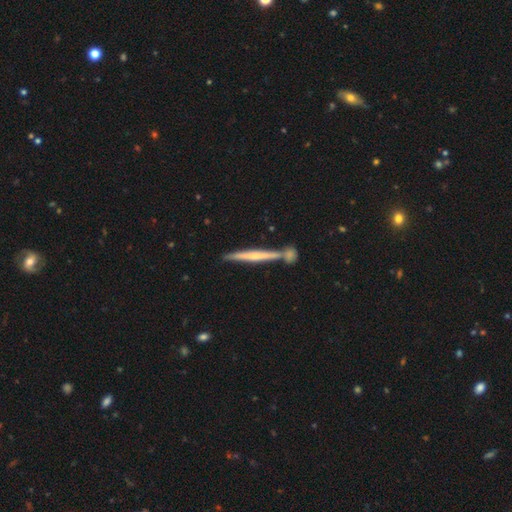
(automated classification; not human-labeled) This appears to be a featured or disk galaxy (59%) viewed edge-on (97%) with no central bulge (47%). Merging: none (68%).